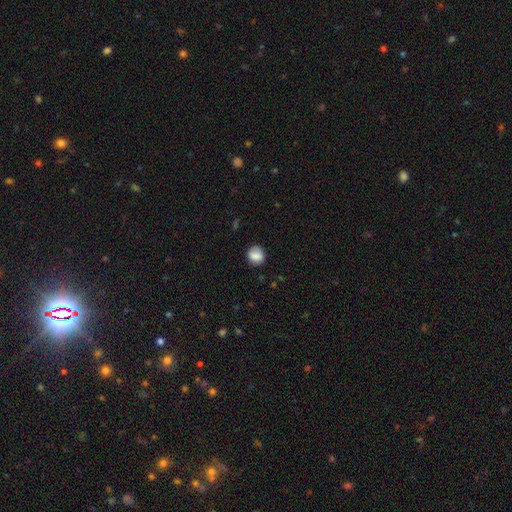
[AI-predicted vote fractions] Q: Smooth or featured?
A: smooth (81%); runner-up: featured or disk (11%)
Q: How rounded?
A: round (78%); runner-up: in between (21%)
Q: Merging?
A: none (78%); runner-up: minor disturbance (16%)